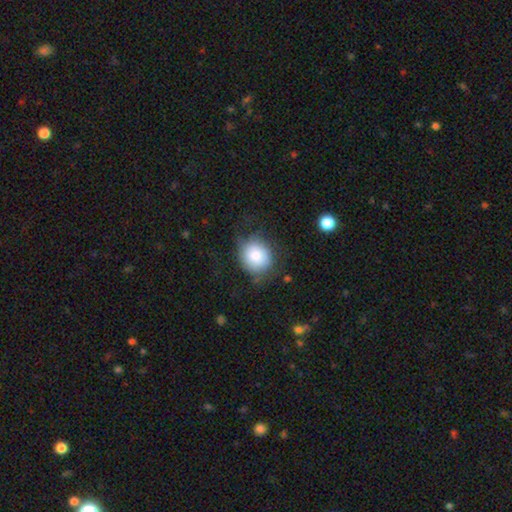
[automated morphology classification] smooth-or-featured: smooth: 79% | featured or disk: 13% | star or artifact: 8%
  how-rounded: round: 83% | in between: 16% | cigar-shaped: 1%
  merging: none: 60% | minor disturbance: 25% | major disturbance: 13% | merger: 2%